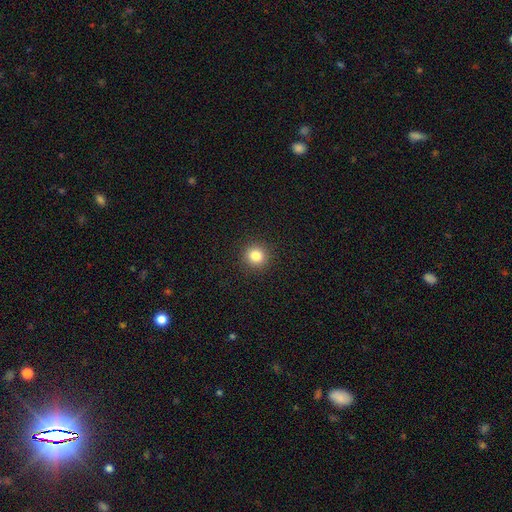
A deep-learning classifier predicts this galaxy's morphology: Smooth or featured: smooth — 83% (star or artifact — 11%)
How rounded: round — 93% (in between — 6%)
Merging: none — 92% (minor disturbance — 5%)